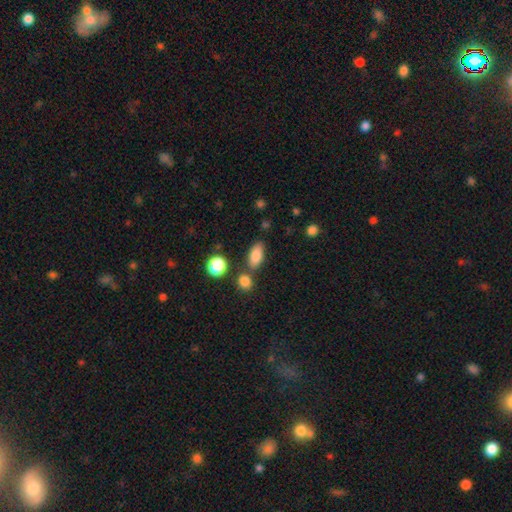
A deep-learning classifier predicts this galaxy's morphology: Smooth or featured: smooth — 83% (star or artifact — 9%)
How rounded: in between — 82% (cigar-shaped — 10%)
Merging: none — 72% (minor disturbance — 12%)